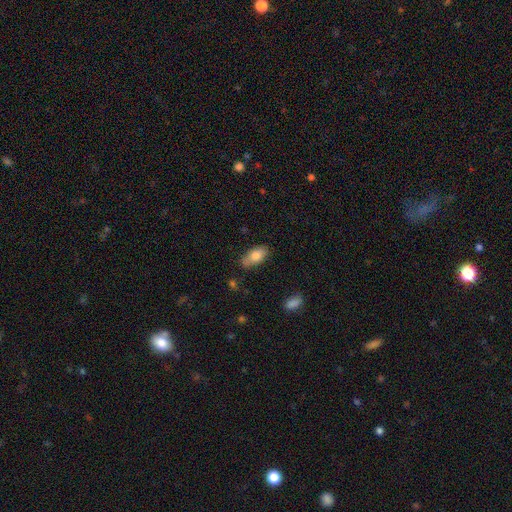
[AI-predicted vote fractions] Smooth or featured? smooth (80%)
How rounded? in between (91%)
Merging? none (73%)